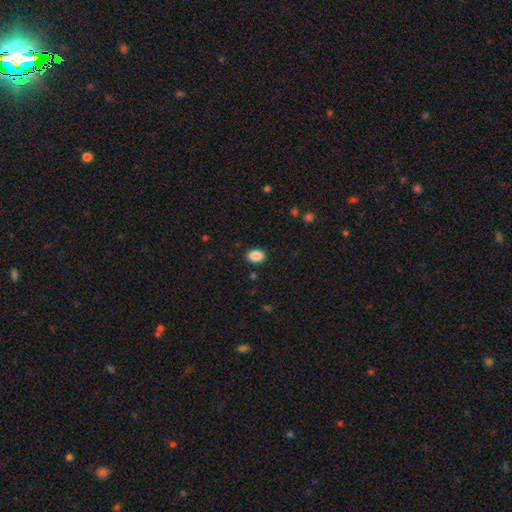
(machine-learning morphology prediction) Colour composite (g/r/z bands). It shows a smooth galaxy with no disk features (89%) that is in between round and cigar-shaped (78%). Merging: none (89%).